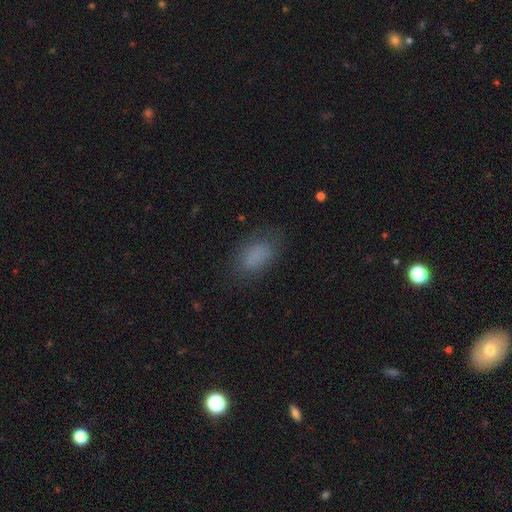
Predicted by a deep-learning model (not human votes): smooth 80%, star or artifact 11%, featured or disk 9%. Down the decision tree: how rounded — in between (89%); merging — none (72%).